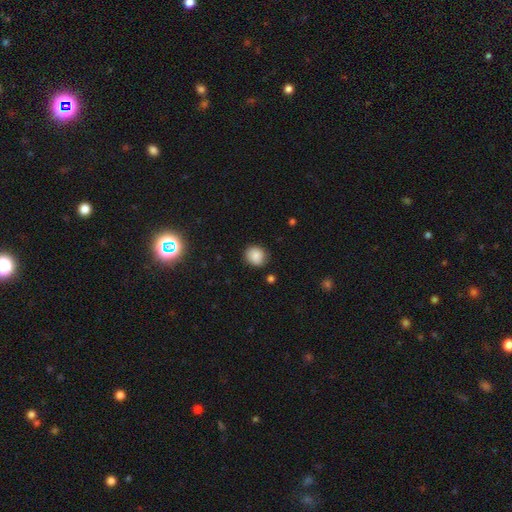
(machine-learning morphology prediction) type=smooth (85%); roundness=round (78%); merging=none (83%).